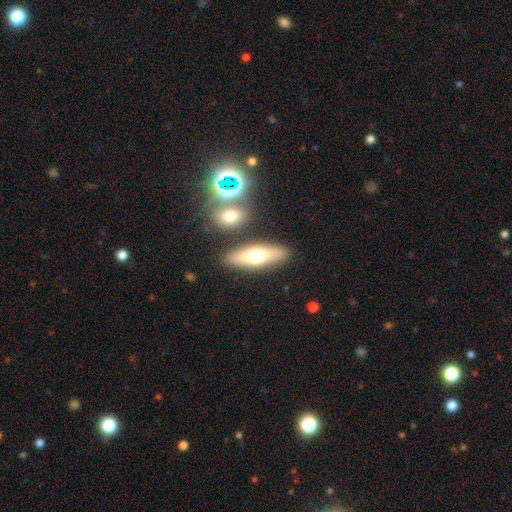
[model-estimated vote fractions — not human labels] The model was most divided on "how rounded": cigar-shaped: 52%, in between: 45%, round: 3%. More confident: merging — none (83%); smooth or featured — smooth (56%).